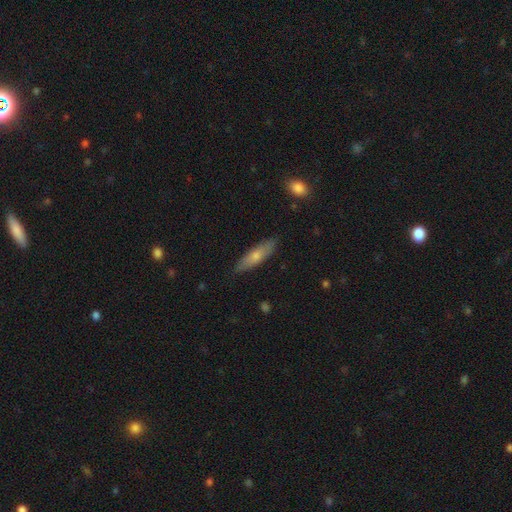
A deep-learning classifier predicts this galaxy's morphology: Smooth or featured: smooth — 60% (featured or disk — 34%)
How rounded: cigar-shaped — 71% (in between — 27%)
Merging: none — 86% (minor disturbance — 11%)